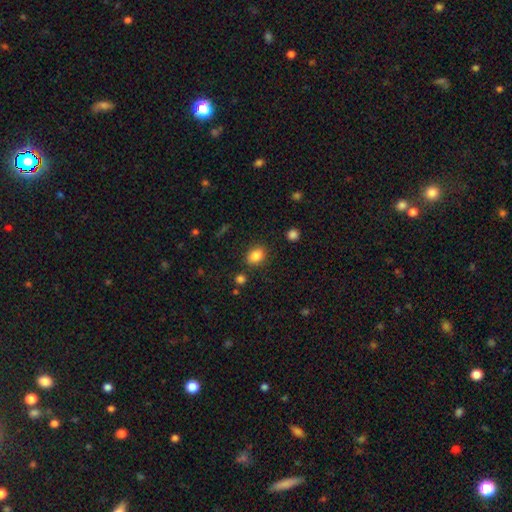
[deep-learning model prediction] Smooth or featured? smooth (85%)
How rounded? in between (70%)
Merging? none (81%)